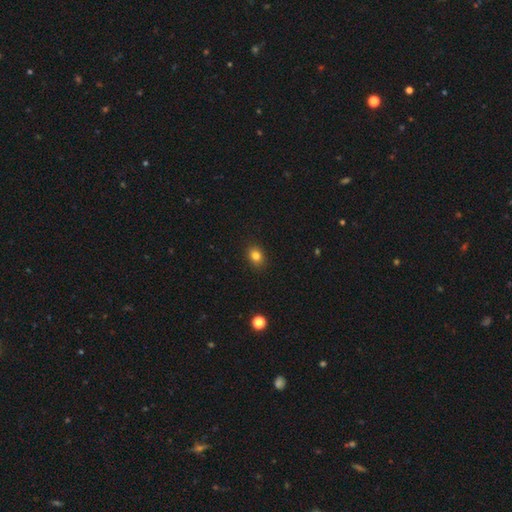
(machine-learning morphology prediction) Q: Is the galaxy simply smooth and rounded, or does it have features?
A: smooth — 82%.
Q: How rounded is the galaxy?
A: in between — 50%.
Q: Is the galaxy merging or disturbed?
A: none — 89%.